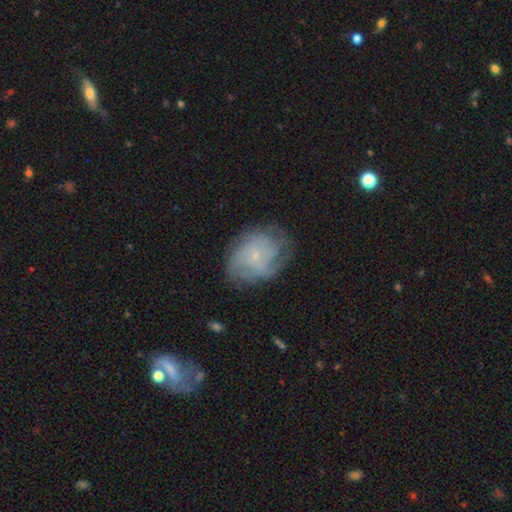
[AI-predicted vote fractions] Smooth or featured? Predicted: featured or disk (p=0.67). Edge-on disk? Predicted: no (p=0.97). Bar? Predicted: no (p=0.81). Spiral arms? Predicted: yes (p=0.87). Spiral winding? Predicted: tight (p=0.54). Spiral arm count? Predicted: can't tell (p=0.44). Bulge size? Predicted: small (p=0.84). Merging? Predicted: none (p=0.67).